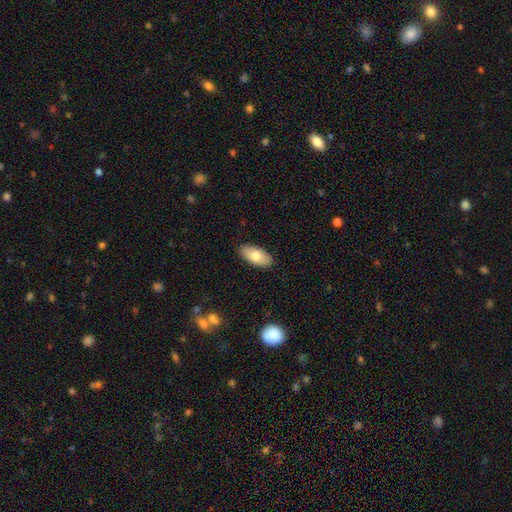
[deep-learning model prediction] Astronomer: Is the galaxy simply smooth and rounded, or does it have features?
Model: smooth — 77%.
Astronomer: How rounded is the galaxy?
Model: in between — 92%.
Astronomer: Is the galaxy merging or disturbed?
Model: none — 88%.